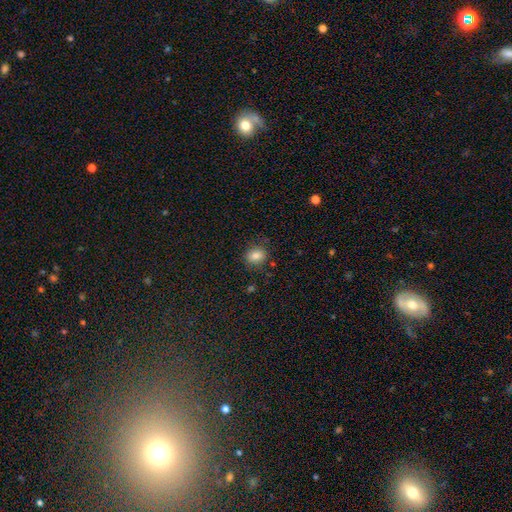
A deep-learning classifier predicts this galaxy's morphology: smooth_or_featured: smooth (p=0.83) [alt: star or artifact p=0.11]
how_rounded: round (p=0.51) [alt: in between p=0.48]
merging: none (p=0.80) [alt: minor disturbance p=0.13]